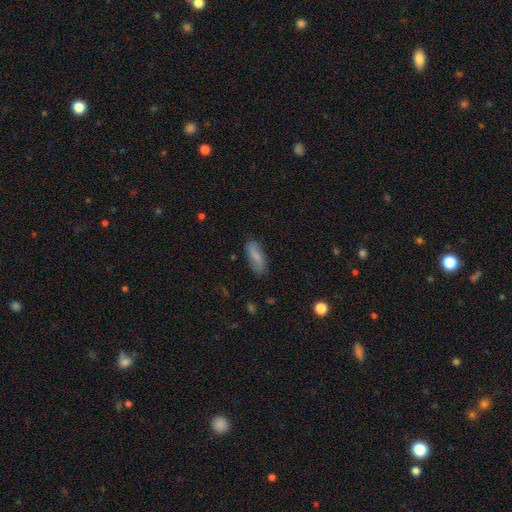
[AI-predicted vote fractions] This is likely a smooth galaxy (73%). How rounded: likely in between (66%). Merging: likely none (79%).